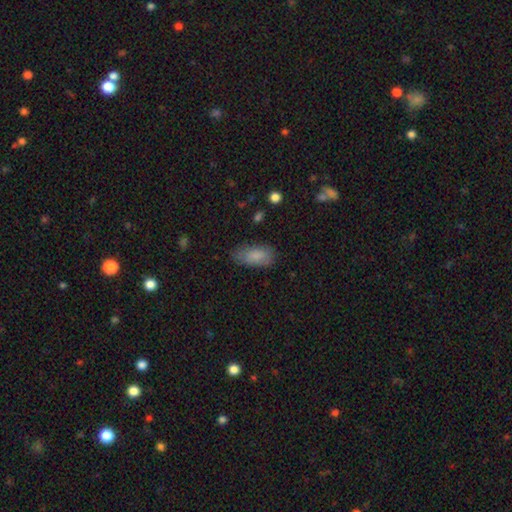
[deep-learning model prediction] Morphology: type=smooth (85%); roundness=in between (89%); merging=none (73%).